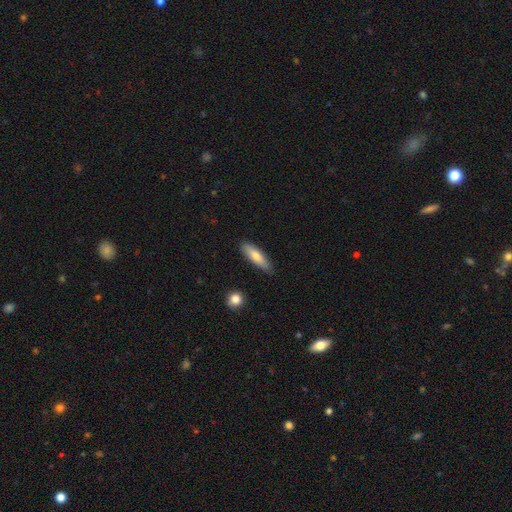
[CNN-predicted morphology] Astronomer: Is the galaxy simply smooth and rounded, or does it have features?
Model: smooth — 74%.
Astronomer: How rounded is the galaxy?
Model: cigar-shaped — 66%.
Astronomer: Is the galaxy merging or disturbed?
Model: none — 85%.